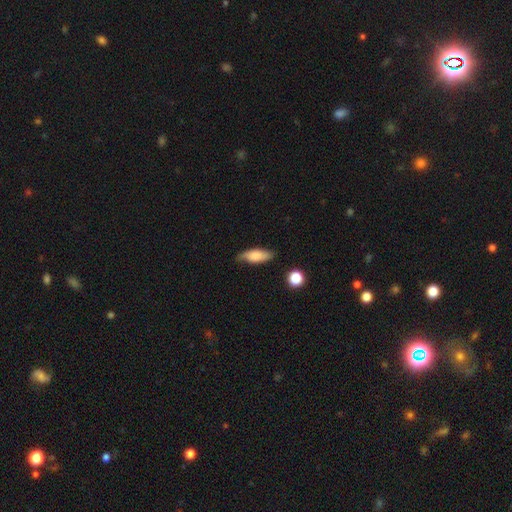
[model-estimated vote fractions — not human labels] This is likely a smooth galaxy (68%). How rounded: likely in between (68%). Merging: likely none (68%).